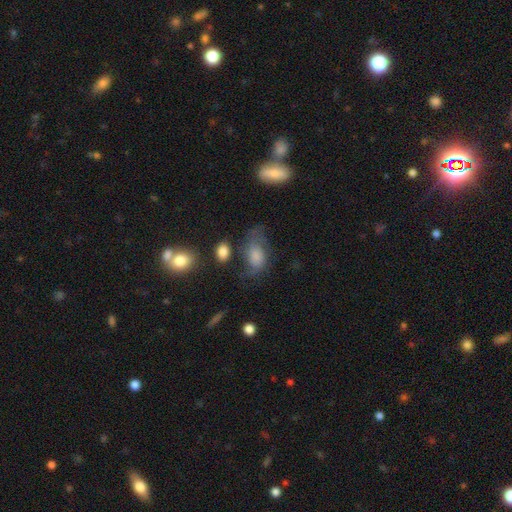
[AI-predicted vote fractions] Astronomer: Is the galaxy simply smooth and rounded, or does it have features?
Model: smooth — 58%.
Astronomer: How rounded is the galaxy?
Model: in between — 85%.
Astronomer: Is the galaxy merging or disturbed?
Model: none — 40% (runner-up: major disturbance, 27%).